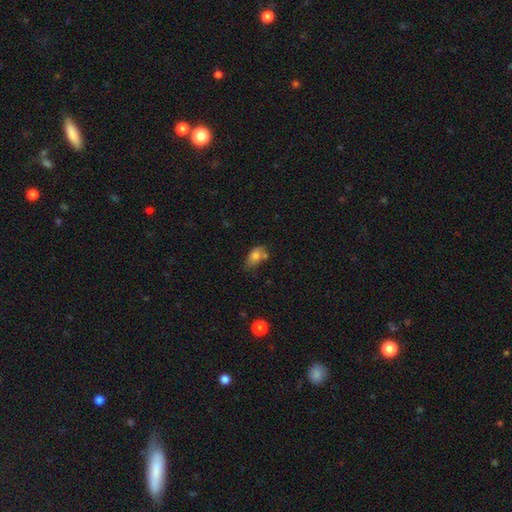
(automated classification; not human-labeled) This appears to be a smooth galaxy with no disk features (77%) that is in between round and cigar-shaped (85%). Merging: none (46%).